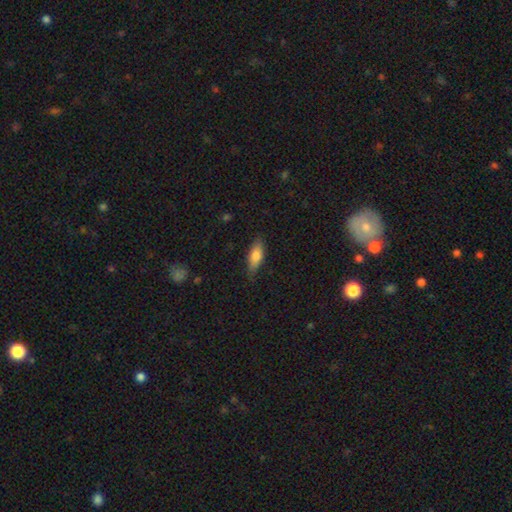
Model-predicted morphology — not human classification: Overall: smooth (76%). How rounded: in between (67%; cigar-shaped 30%). Merging: none (81%).